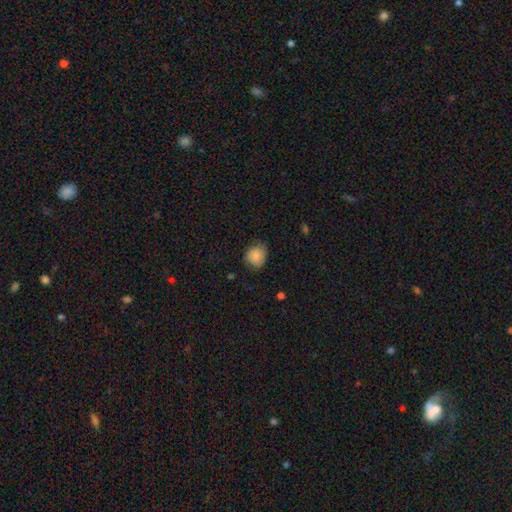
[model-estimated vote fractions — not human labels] Smooth or featured: smooth — 81% (featured or disk — 11%)
How rounded: round — 70% (in between — 29%)
Merging: none — 66% (minor disturbance — 28%)